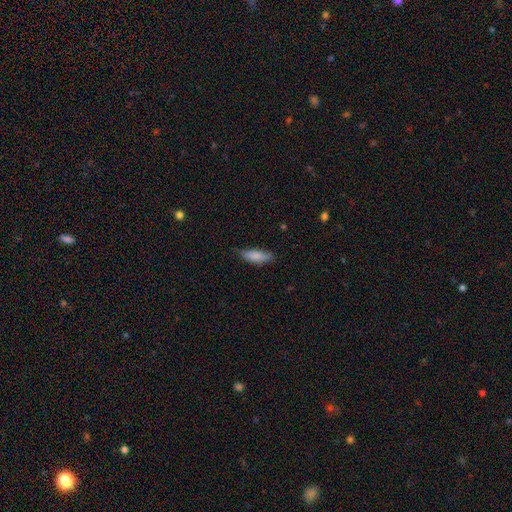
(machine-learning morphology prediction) A smooth galaxy with no disk features (81%) that is in between round and cigar-shaped (58%).

Vote fractions:
- Smooth or featured? smooth: 81% / featured or disk: 13% / star or artifact: 6%
- How rounded? in between: 58% / cigar-shaped: 40% / round: 2%
- Merging? none: 73% / minor disturbance: 22% / major disturbance: 3% / merger: 1%